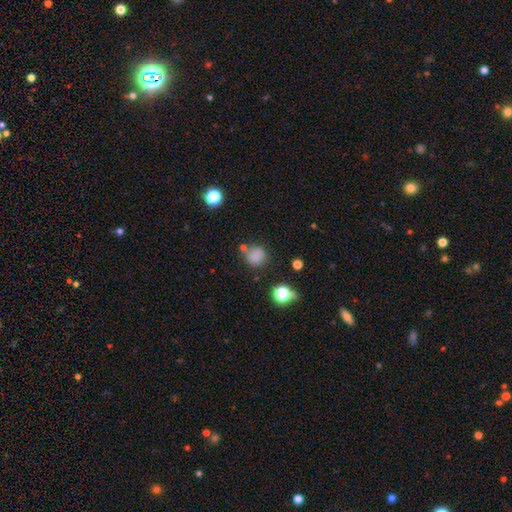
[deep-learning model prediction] The model was most divided on "merging": none: 66%, minor disturbance: 17%, merger: 10%, major disturbance: 7%. More confident: how rounded — round (84%); smooth or featured — smooth (78%).